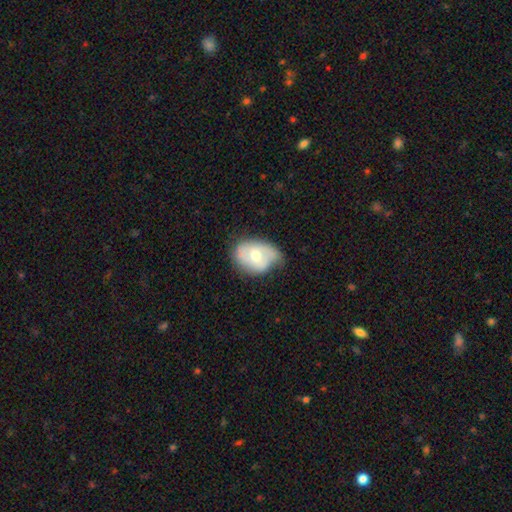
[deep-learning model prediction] Smooth or featured? smooth (48%)
Merging? none (51%)